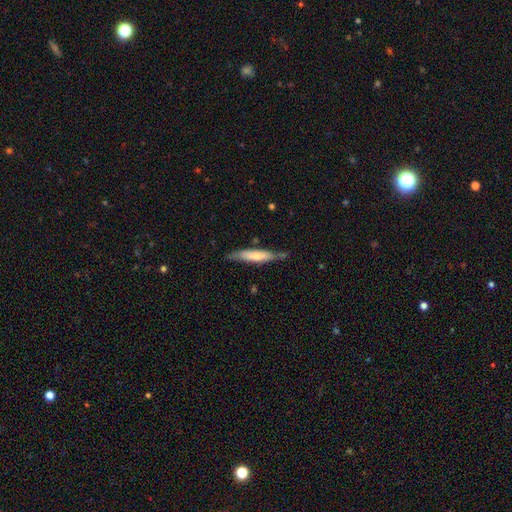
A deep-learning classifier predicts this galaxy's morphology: type=smooth (64%); roundness=cigar-shaped (82%); merging=none (69%).